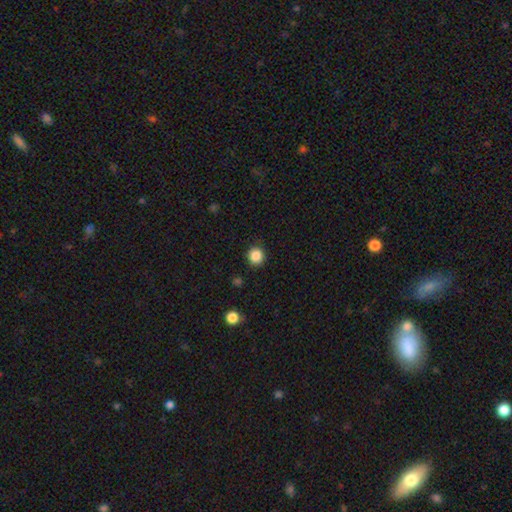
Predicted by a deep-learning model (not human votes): smooth_or_featured: smooth (p=0.86) [alt: star or artifact p=0.10]
how_rounded: round (p=0.92) [alt: in between p=0.07]
merging: none (p=0.90) [alt: minor disturbance p=0.07]